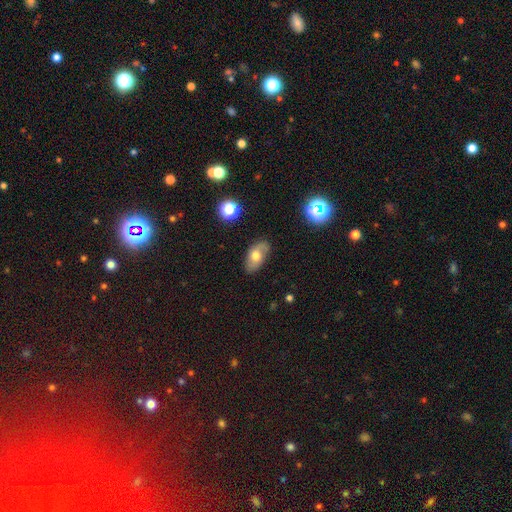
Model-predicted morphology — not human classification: A smooth galaxy with no disk features (54%) that is in between round and cigar-shaped (91%). Merging: none (75%).